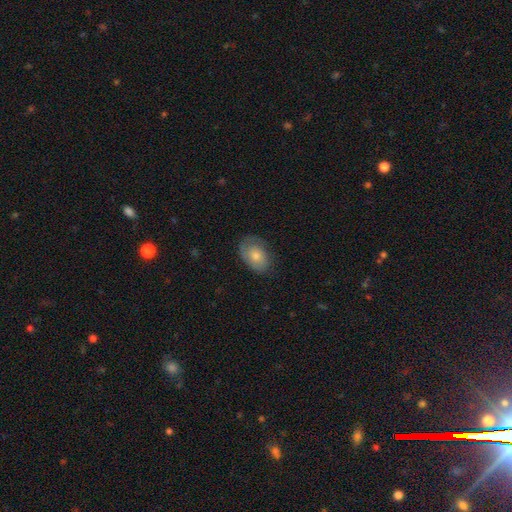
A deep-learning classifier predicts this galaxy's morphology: Smooth or featured: smooth — 54% (featured or disk — 38%)
How rounded: in between — 80% (round — 18%)
Merging: none — 72% (minor disturbance — 20%)